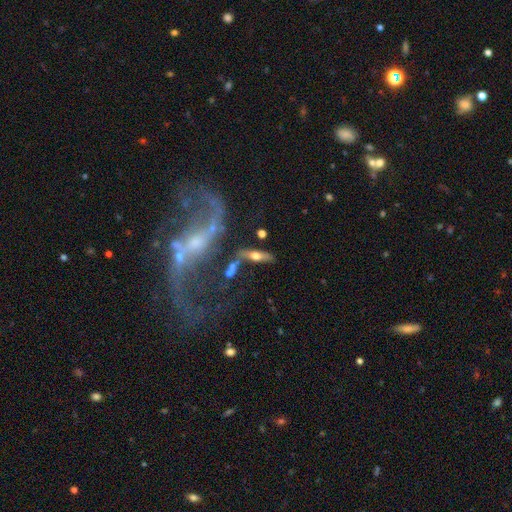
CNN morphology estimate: Smooth or featured?
  - featured or disk: 52% *
  - smooth: 39%
  - star or artifact: 9%
Edge-on disk?
  - yes: 80% *
  - no: 20%
Merging?
  - none: 59% *
  - minor disturbance: 17%
  - merger: 16%
  - major disturbance: 9%